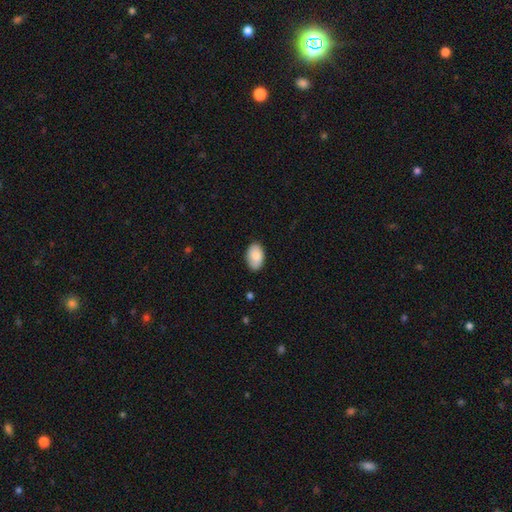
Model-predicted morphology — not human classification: The model was most divided on "merging": none: 84%, minor disturbance: 13%, major disturbance: 2%, merger: 1%. More confident: how rounded — in between (93%); smooth or featured — smooth (87%).